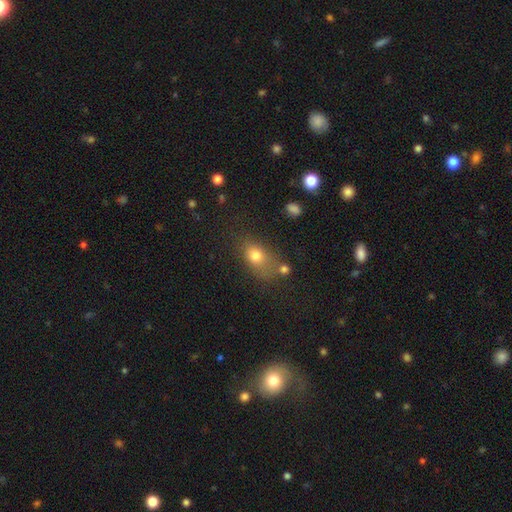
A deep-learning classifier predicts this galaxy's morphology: Smooth or featured: smooth — 75% (star or artifact — 13%)
How rounded: in between — 66% (round — 30%)
Merging: none — 48% (minor disturbance — 24%)